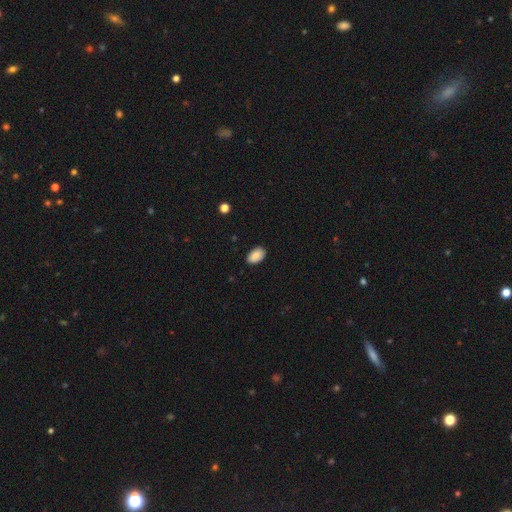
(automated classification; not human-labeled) Smooth or featured?
  - smooth: 86% *
  - star or artifact: 7%
  - featured or disk: 7%
How rounded?
  - in between: 92% *
  - round: 7%
  - cigar-shaped: 1%
Merging?
  - none: 86% *
  - minor disturbance: 11%
  - major disturbance: 2%
  - merger: 1%